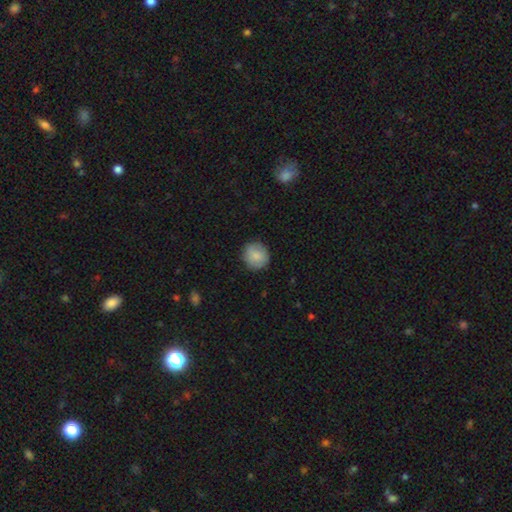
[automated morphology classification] type=smooth (84%); roundness=round (89%); merging=none (86%).